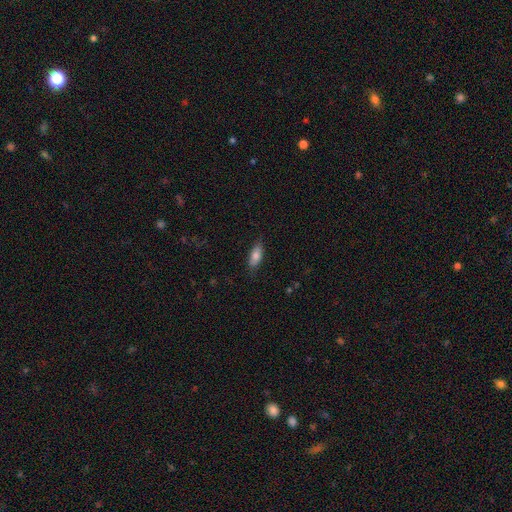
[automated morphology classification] smooth 79%, featured or disk 14%, star or artifact 7%. Down the decision tree: how rounded — in between (81%); merging — none (79%).